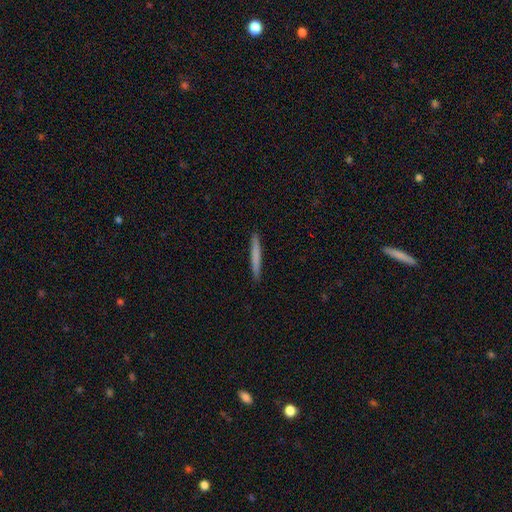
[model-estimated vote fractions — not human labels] Overall: smooth (70%). How rounded: cigar-shaped (97%). Merging: none (92%).